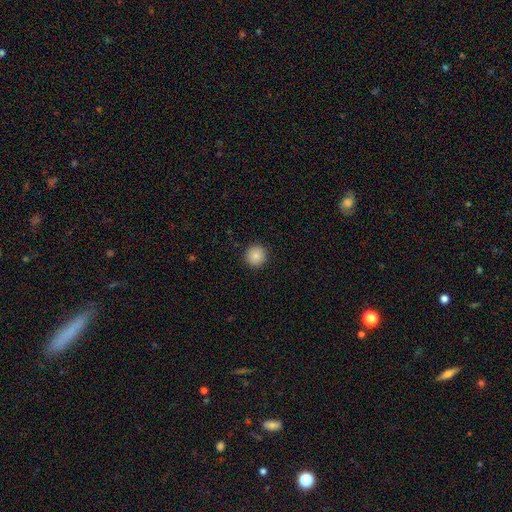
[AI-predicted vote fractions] smooth 86%, star or artifact 9%, featured or disk 5%. Down the decision tree: how rounded — round (95%); merging — none (93%).